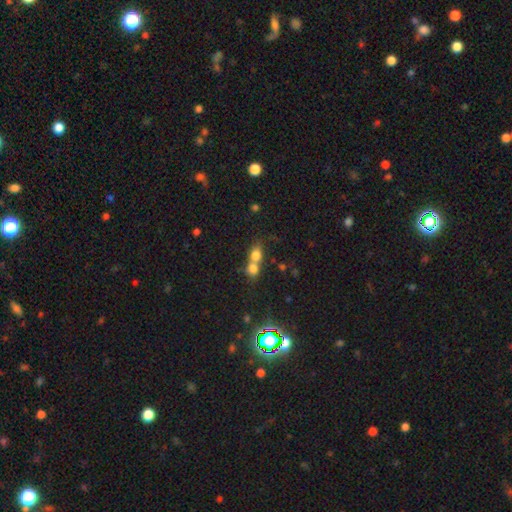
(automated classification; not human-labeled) Morphology: type=smooth (73%); roundness=round (53%); merging=merger (67%).